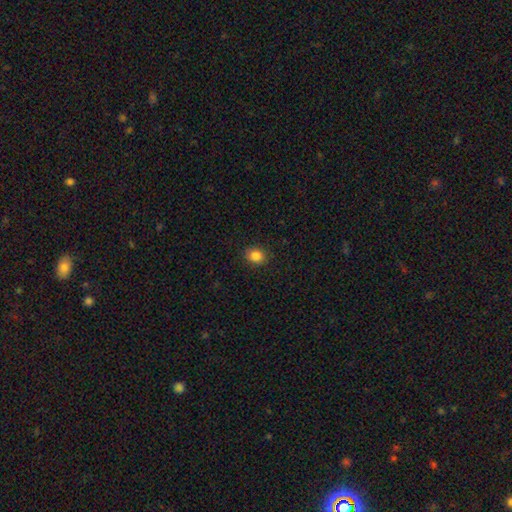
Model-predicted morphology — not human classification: Smooth or featured? Predicted: smooth (p=0.85). How rounded? Predicted: round (p=0.61). Merging? Predicted: none (p=0.90).